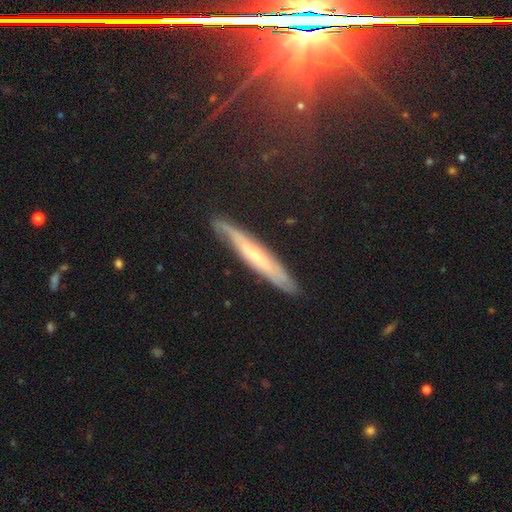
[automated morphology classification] Smooth or featured? Predicted: featured or disk (p=0.61). Edge-on disk? Predicted: yes (p=0.77). Merging? Predicted: none (p=0.82).